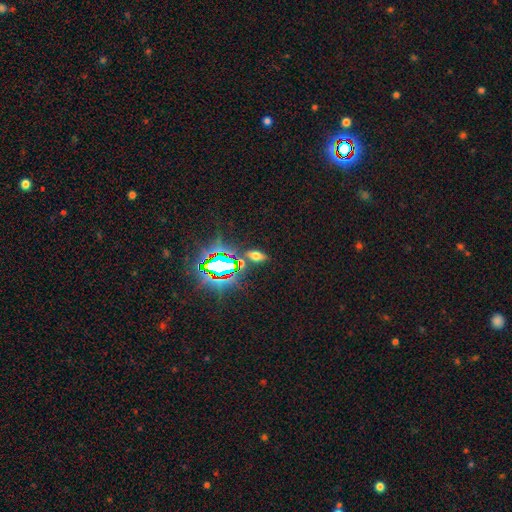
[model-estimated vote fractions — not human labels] A smooth galaxy with no disk features (47%). Merging: none (82%).